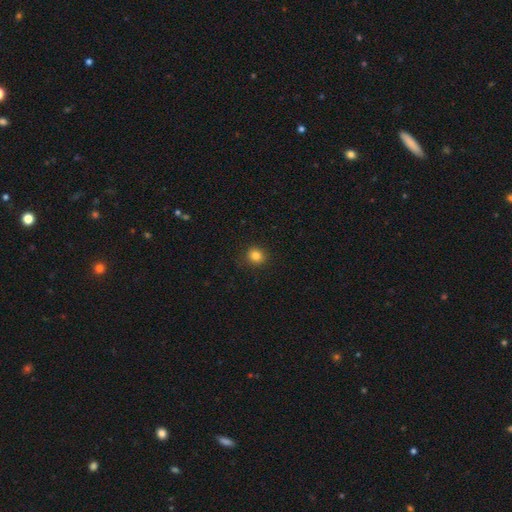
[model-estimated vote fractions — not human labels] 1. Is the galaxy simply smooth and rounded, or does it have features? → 83% smooth, 12% star or artifact, 5% featured or disk.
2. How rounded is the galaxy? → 88% round, 11% in between, 1% cigar-shaped.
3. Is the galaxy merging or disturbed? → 90% none, 7% minor disturbance, 2% major disturbance, 1% merger.